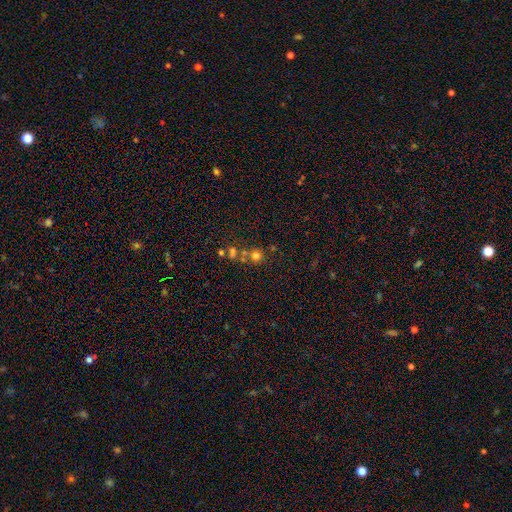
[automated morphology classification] A smooth galaxy with no disk features (68%) that is round (90%). Merging: none (62%).